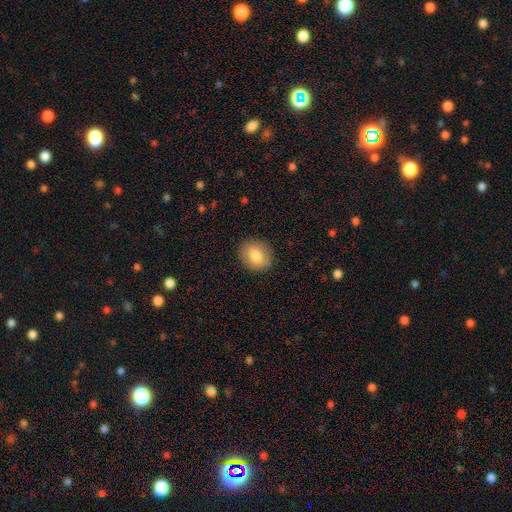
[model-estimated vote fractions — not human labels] This is likely a smooth galaxy (80%). How rounded: likely round (62%). Merging: clearly none (86%).